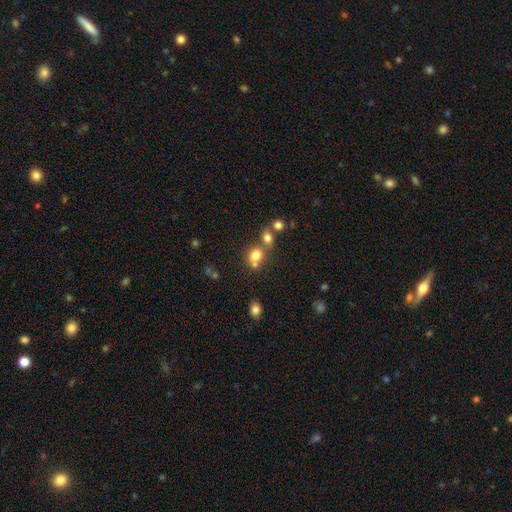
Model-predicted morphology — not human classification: A smooth galaxy with no disk features (76%) that is round (74%).

Vote fractions:
- Smooth or featured? smooth: 76% / star or artifact: 14% / featured or disk: 10%
- How rounded? round: 74% / in between: 25% / cigar-shaped: 1%
- Merging? none: 47% / merger: 39% / minor disturbance: 9% / major disturbance: 5%